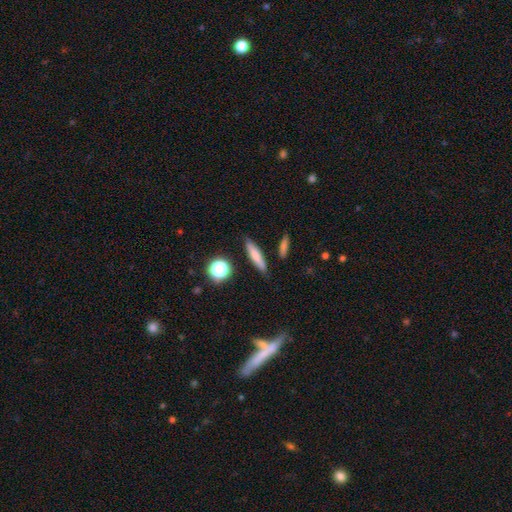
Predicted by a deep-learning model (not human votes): Smooth or featured: smooth — 74% (featured or disk — 17%)
How rounded: cigar-shaped — 79% (in between — 16%)
Merging: none — 85% (minor disturbance — 9%)